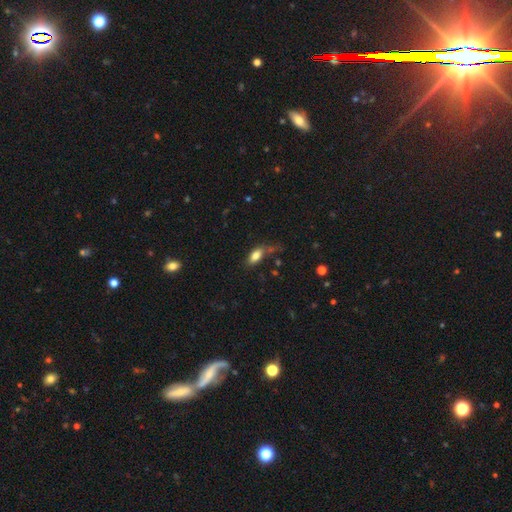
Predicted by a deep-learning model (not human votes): smooth-or-featured: smooth: 82% | featured or disk: 9% | star or artifact: 8%
  how-rounded: in between: 87% | cigar-shaped: 9% | round: 5%
  merging: none: 54% | minor disturbance: 25% | major disturbance: 12% | merger: 9%